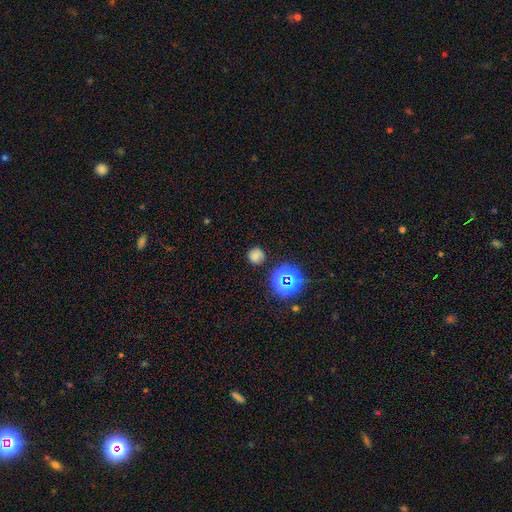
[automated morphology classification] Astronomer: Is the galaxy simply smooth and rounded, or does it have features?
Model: smooth — 71%.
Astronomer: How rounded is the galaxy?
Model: round — 92%.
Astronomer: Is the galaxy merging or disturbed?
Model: none — 85%.